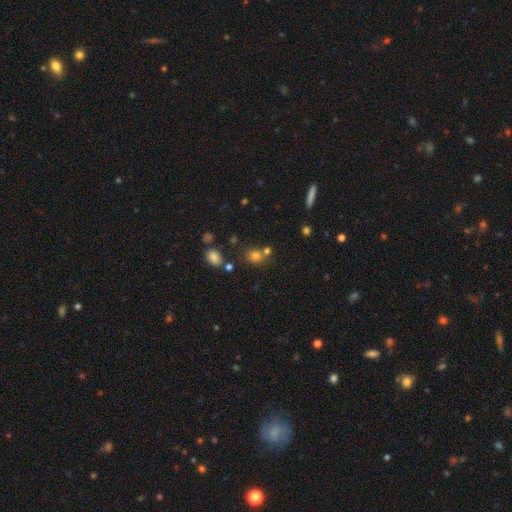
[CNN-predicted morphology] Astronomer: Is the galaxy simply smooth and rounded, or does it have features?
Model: smooth — 74%.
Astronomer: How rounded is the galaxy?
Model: round — 76%.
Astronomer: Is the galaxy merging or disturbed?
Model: none — 63%.